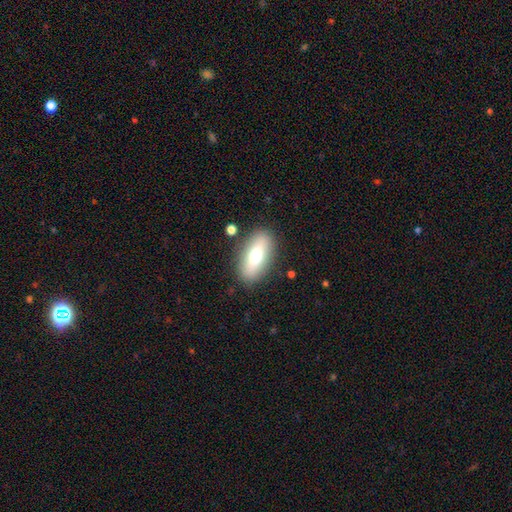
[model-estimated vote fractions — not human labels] smooth-or-featured: smooth: 64% | featured or disk: 28% | star or artifact: 8%
  how-rounded: in between: 83% | cigar-shaped: 12% | round: 5%
  merging: none: 85% | minor disturbance: 9% | major disturbance: 3% | merger: 2%